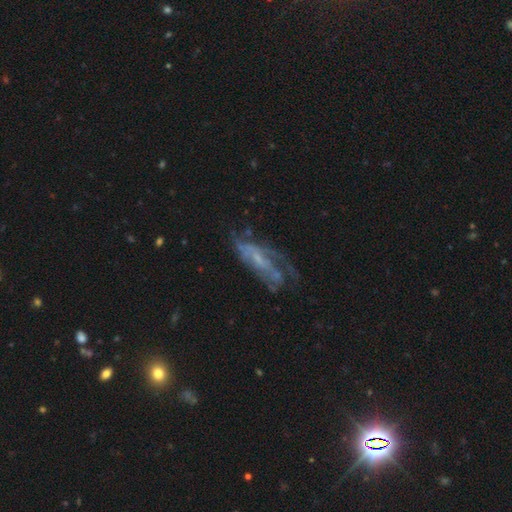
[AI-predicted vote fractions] A featured or disk galaxy (69%) with no bar (56%), spiral arms (64%) and a small central bulge (50%).

Vote fractions:
- Smooth or featured? featured or disk: 69% / smooth: 20% / star or artifact: 11%
- Edge-on disk? no: 85% / yes: 15%
- Bar? no: 56% / weak: 32% / strong: 12%
- Spiral arms? yes: 64% / no: 36%
- Bulge size? small: 50% / none: 28% / moderate: 19% / large: 2% / dominant: 1%
- Merging? none: 41% / major disturbance: 32% / minor disturbance: 22% / merger: 5%